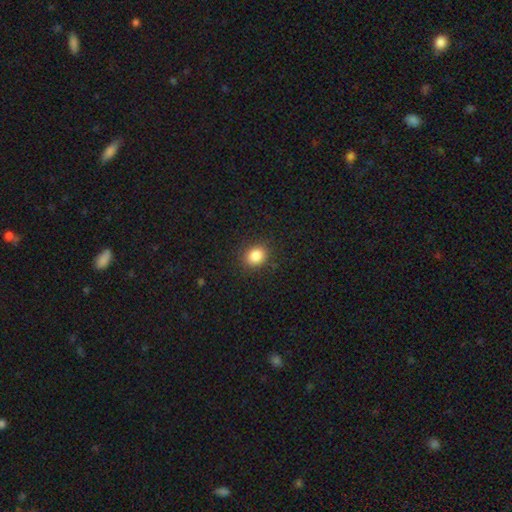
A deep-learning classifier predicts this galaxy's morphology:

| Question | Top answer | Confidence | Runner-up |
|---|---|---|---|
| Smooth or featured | smooth | 85% | star or artifact (11%) |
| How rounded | round | 66% | in between (33%) |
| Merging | none | 88% | minor disturbance (8%) |